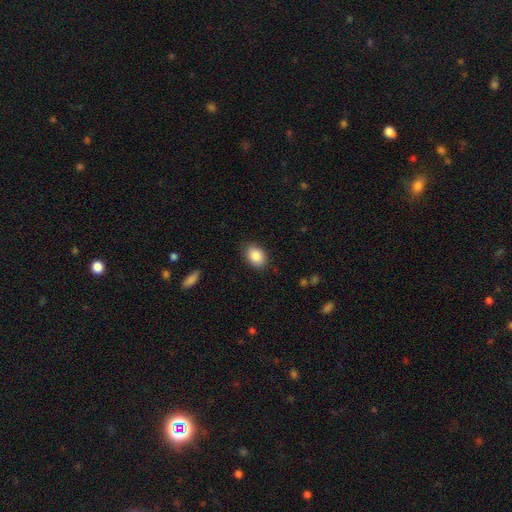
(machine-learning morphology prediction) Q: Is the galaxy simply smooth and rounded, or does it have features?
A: smooth — 87%.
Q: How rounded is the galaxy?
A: in between — 76%.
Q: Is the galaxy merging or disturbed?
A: none — 83%.